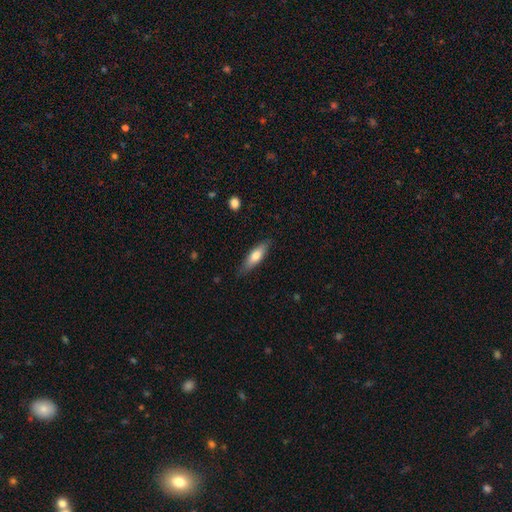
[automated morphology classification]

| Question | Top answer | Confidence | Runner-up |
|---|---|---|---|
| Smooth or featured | smooth | 69% | featured or disk (25%) |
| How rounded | cigar-shaped | 51% | in between (47%) |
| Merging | none | 83% | minor disturbance (13%) |